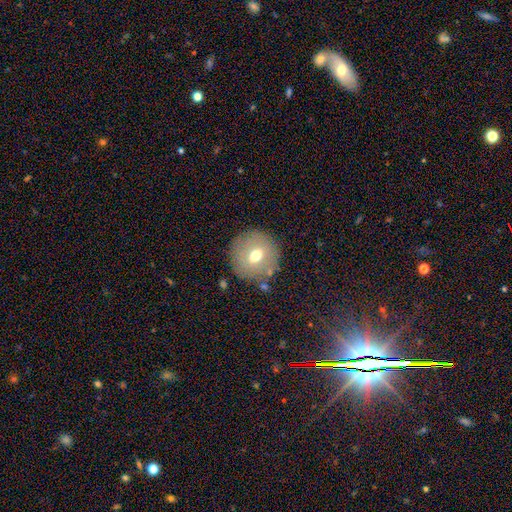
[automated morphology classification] A smooth galaxy with no disk features (58%) that is round (91%).

Vote fractions:
- Smooth or featured? smooth: 58% / featured or disk: 32% / star or artifact: 9%
- How rounded? round: 91% / in between: 8% / cigar-shaped: 1%
- Merging? none: 82% / minor disturbance: 11% / major disturbance: 4% / merger: 3%